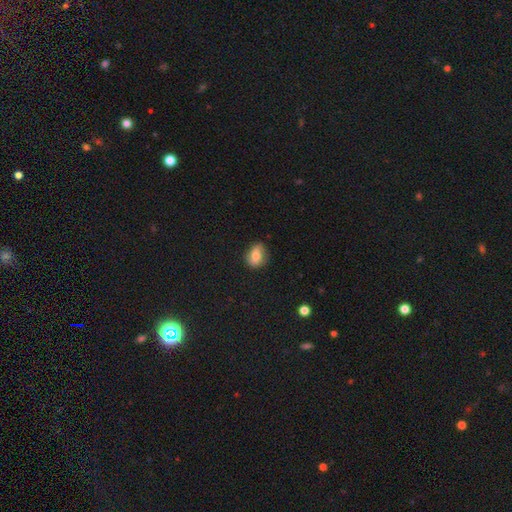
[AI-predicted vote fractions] Morphology: type=smooth (66%); roundness=in between (61%); merging=none (72%).